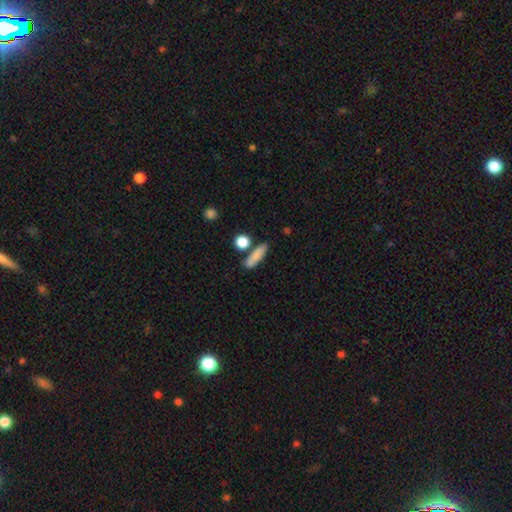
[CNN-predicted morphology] This is clearly a smooth galaxy (82%). How rounded: possibly cigar-shaped (57%). Merging: likely none (73%).